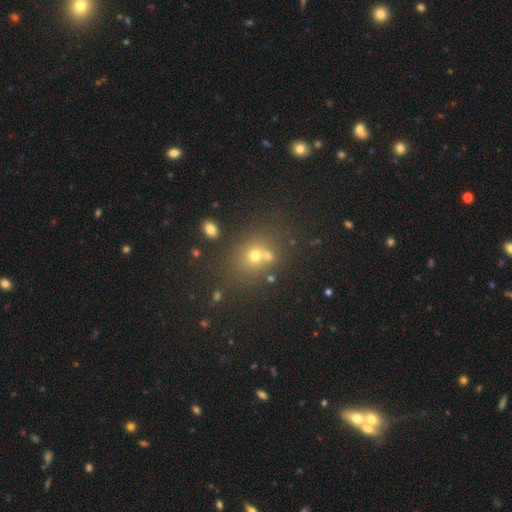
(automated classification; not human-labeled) Smooth or featured? smooth (53%)
How rounded? round (71%)
Merging? none (64%)